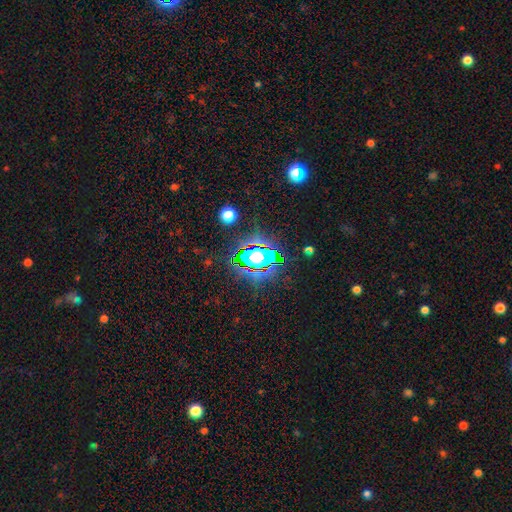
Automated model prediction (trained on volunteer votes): The model was most divided on "smooth or featured": star or artifact: 68%, smooth: 19%, featured or disk: 13%.